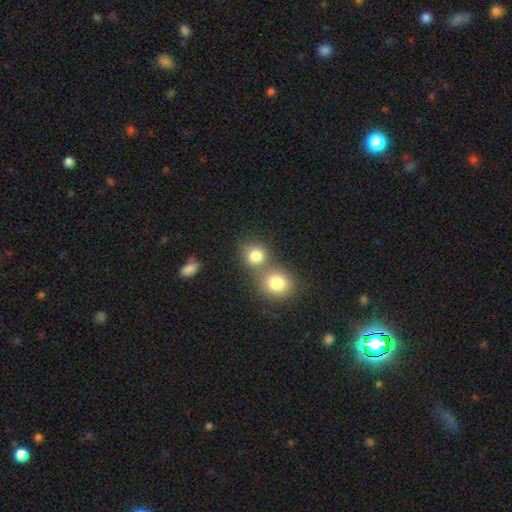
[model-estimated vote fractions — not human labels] A smooth galaxy with no disk features (80%) that is round (78%).

Vote fractions:
- Smooth or featured? smooth: 80% / star or artifact: 11% / featured or disk: 8%
- How rounded? round: 78% / in between: 21% / cigar-shaped: 1%
- Merging? merger: 49% / none: 41% / minor disturbance: 7% / major disturbance: 3%